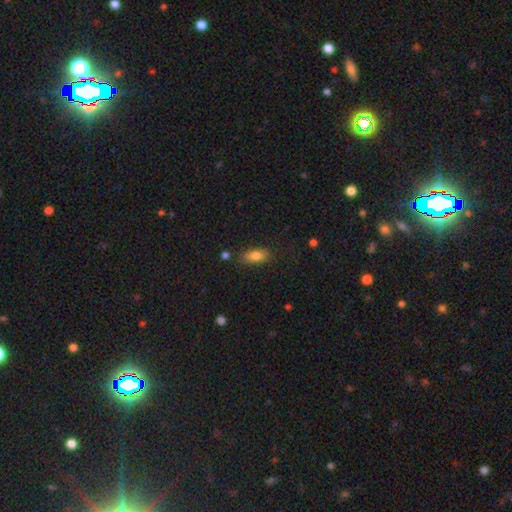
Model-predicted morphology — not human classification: Smooth or featured? Predicted: smooth (p=0.81). How rounded? Predicted: in between (p=0.85). Merging? Predicted: none (p=0.78).